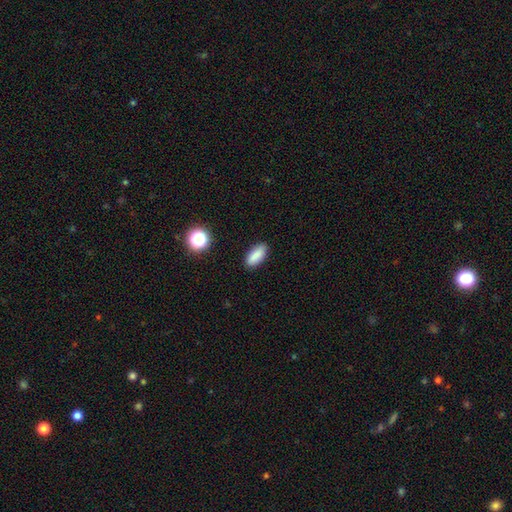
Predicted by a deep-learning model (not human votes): Smooth or featured? smooth (86%)
How rounded? in between (82%)
Merging? none (87%)